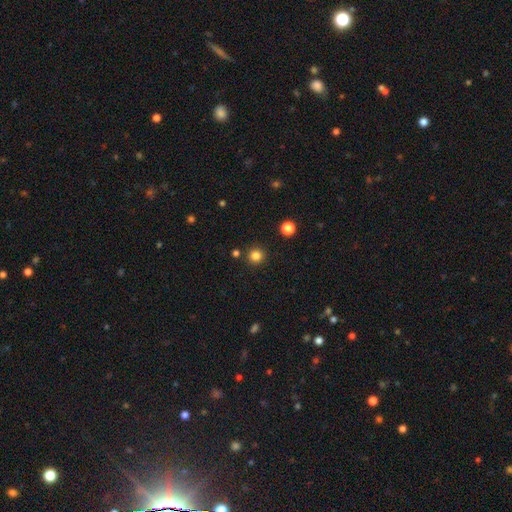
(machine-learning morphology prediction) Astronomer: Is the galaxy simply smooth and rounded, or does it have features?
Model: smooth — 82%.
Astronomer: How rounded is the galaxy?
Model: round — 95%.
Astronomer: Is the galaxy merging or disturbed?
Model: none — 90%.